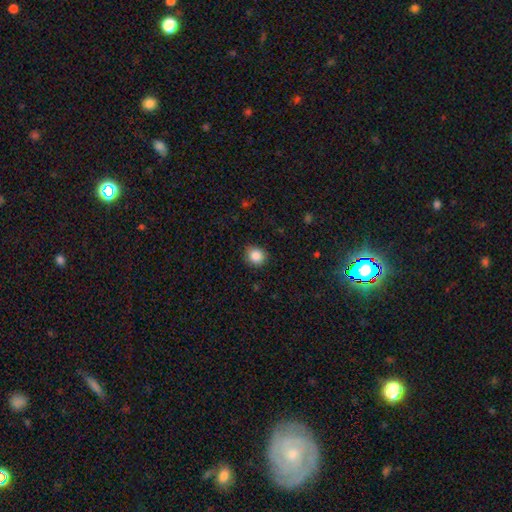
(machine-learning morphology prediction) The model was most divided on "how rounded": round: 81%, in between: 18%, cigar-shaped: 1%. More confident: smooth or featured — smooth (87%); merging — none (87%).